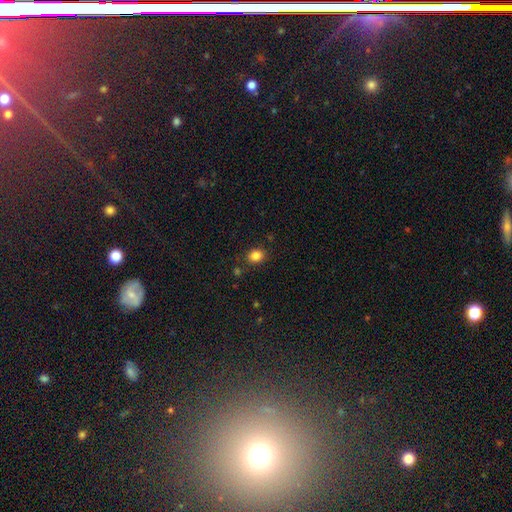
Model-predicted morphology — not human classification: A smooth galaxy with no disk features (84%) that is round (57%). Merging: none (84%).